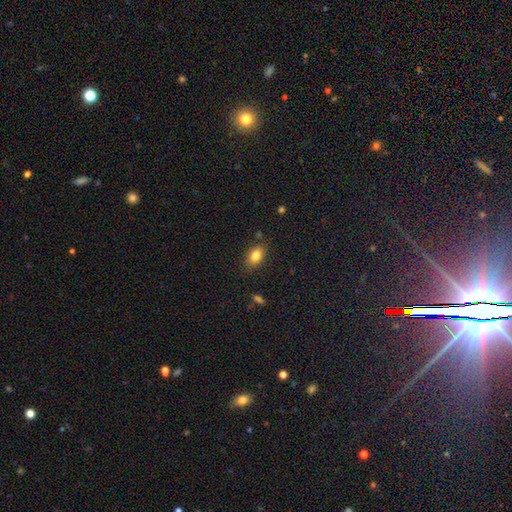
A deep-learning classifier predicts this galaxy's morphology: Smooth or featured?
  - smooth: 83% *
  - star or artifact: 9%
  - featured or disk: 8%
How rounded?
  - in between: 85% *
  - round: 13%
  - cigar-shaped: 2%
Merging?
  - none: 81% *
  - minor disturbance: 14%
  - major disturbance: 3%
  - merger: 2%